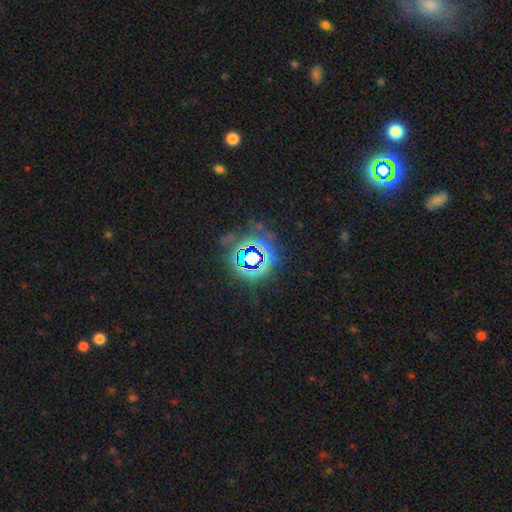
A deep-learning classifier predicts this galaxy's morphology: smooth_or_featured: star or artifact (p=0.76) [alt: smooth p=0.16]